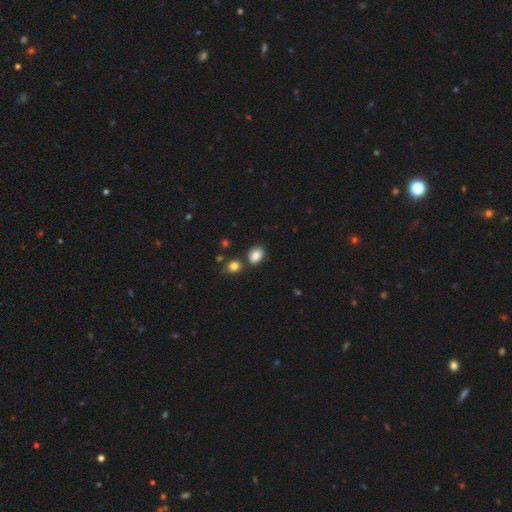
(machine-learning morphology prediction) The model was most divided on "how rounded": in between: 73%, round: 26%, cigar-shaped: 1%. More confident: smooth or featured — smooth (86%); merging — none (72%).